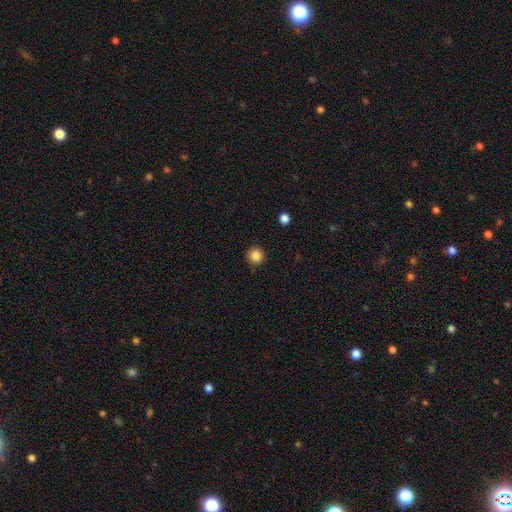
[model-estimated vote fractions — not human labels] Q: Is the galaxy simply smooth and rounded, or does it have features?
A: smooth — 85%.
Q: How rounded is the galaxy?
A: round — 95%.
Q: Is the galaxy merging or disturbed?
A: none — 91%.